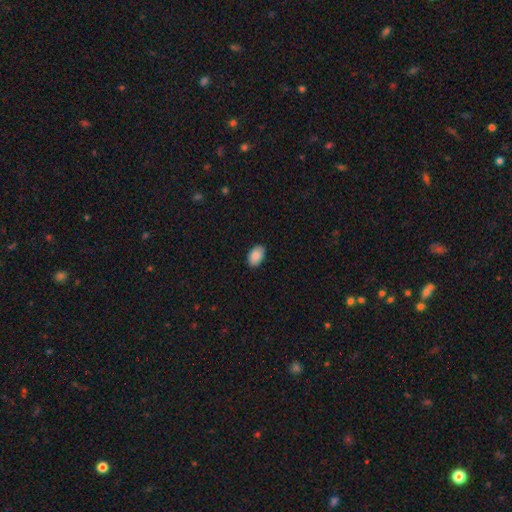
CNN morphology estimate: This is clearly a smooth galaxy (90%). How rounded: clearly in between (92%). Merging: clearly none (89%).